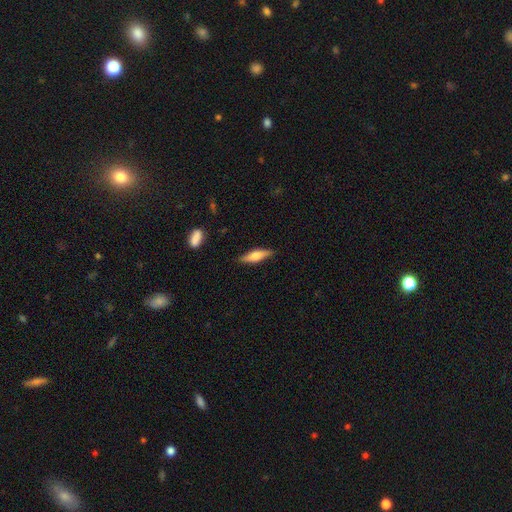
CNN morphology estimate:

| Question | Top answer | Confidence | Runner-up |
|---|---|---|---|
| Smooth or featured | smooth | 48% | featured or disk (46%) |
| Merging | none | 85% | minor disturbance (12%) |